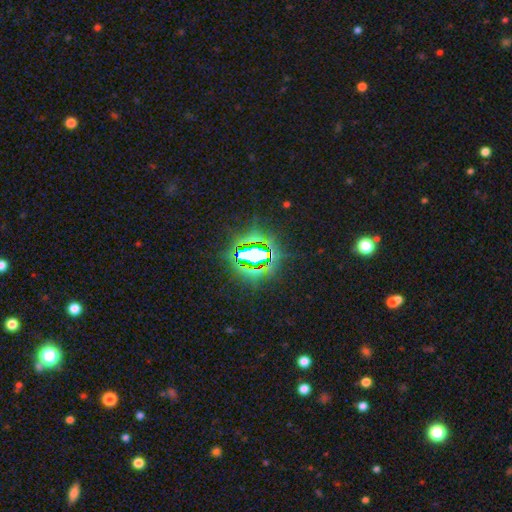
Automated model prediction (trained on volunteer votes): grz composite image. It shows a star or artifact, not a galaxy (78%).